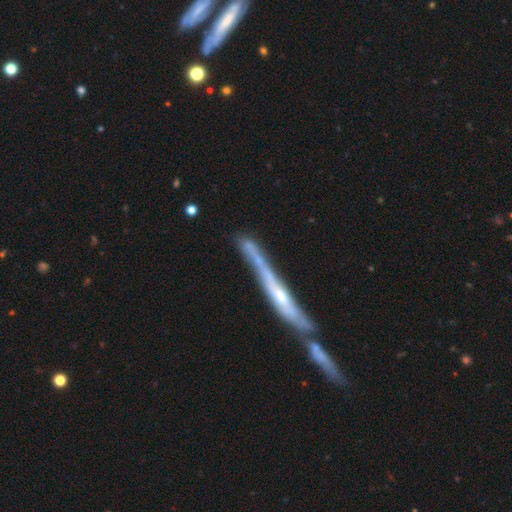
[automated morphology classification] This is likely a featured or disk galaxy (69%). It is clearly viewed edge-on (85%). Edge-on bulge: possibly none (46%). Merging: marginally none (42%).